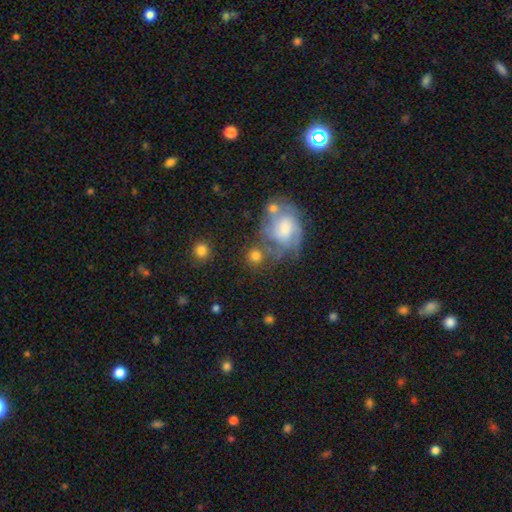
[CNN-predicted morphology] Smooth or featured: smooth — 66% (featured or disk — 24%)
How rounded: round — 80% (in between — 18%)
Merging: none — 58% (merger — 17%)